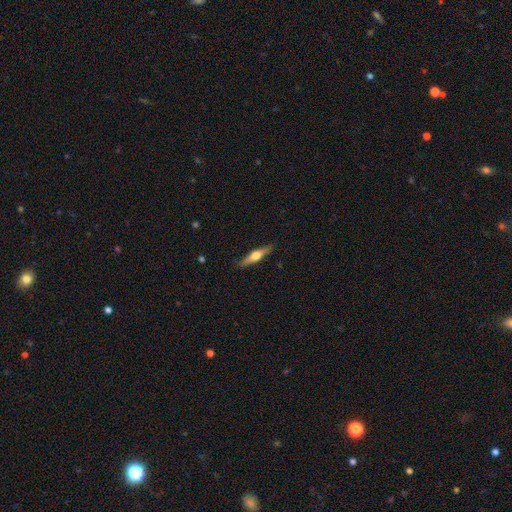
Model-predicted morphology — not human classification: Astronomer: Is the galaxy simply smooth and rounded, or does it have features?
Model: featured or disk — 65%.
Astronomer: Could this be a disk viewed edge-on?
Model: yes — 96%.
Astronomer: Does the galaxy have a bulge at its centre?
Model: rounded — 93%.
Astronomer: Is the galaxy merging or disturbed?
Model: none — 87%.